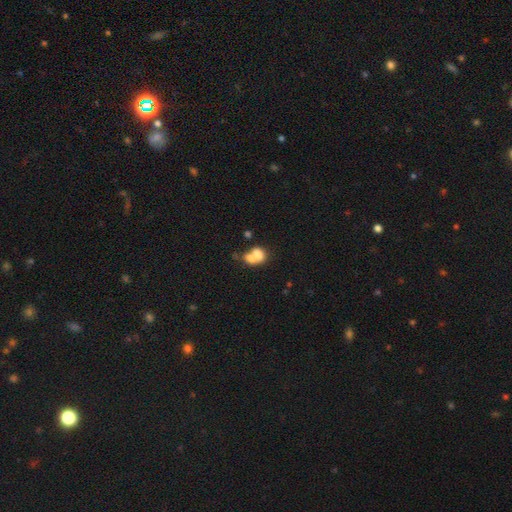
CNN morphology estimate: A smooth galaxy with no disk features (70%) that is in between round and cigar-shaped (66%).

Vote fractions:
- Smooth or featured? smooth: 70% / featured or disk: 20% / star or artifact: 10%
- How rounded? in between: 66% / round: 32% / cigar-shaped: 2%
- Merging? merger: 69% / none: 18% / minor disturbance: 7% / major disturbance: 6%